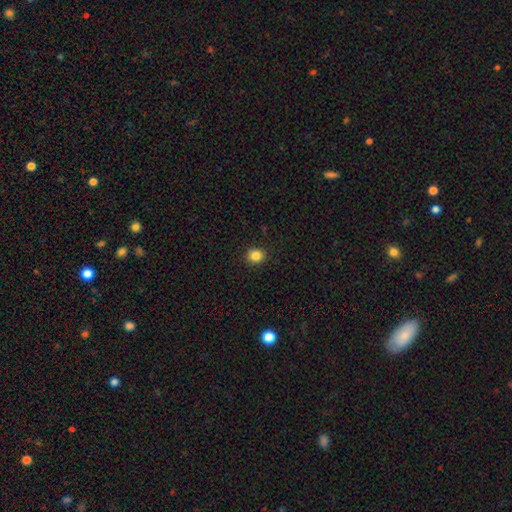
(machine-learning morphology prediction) A smooth galaxy with no disk features (85%) that is round (84%). Merging: none (91%).